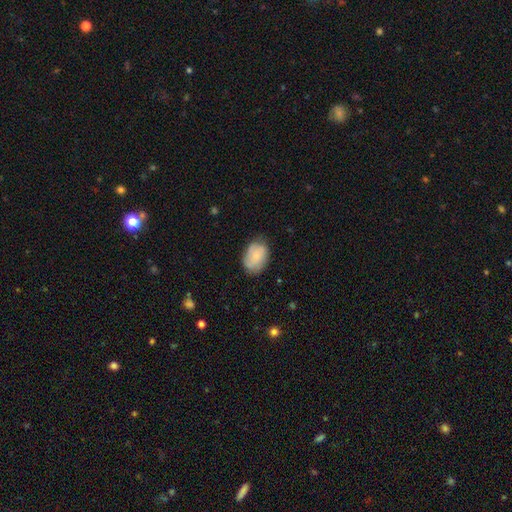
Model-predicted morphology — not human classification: Smooth or featured? Predicted: smooth (p=0.70). How rounded? Predicted: in between (p=0.76). Merging? Predicted: none (p=0.70).